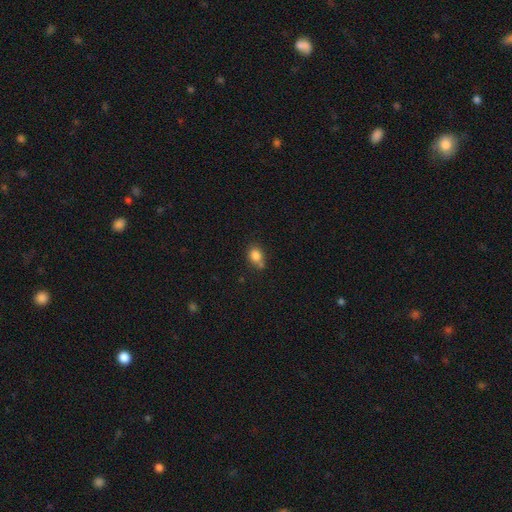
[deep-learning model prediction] Morphology: type=smooth (82%); roundness=in between (50%); merging=none (54%).